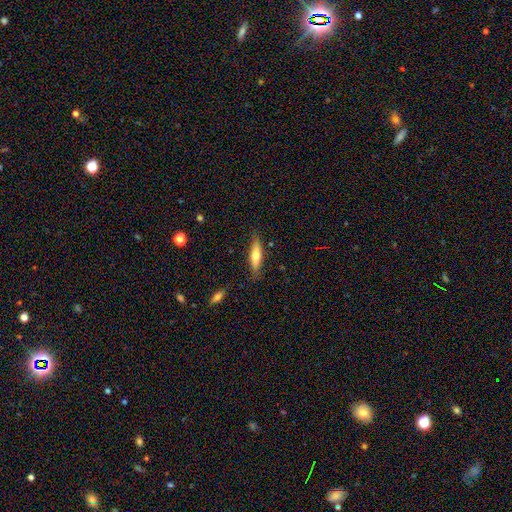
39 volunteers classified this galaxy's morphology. smooth_or_featured: smooth (p=0.59) [alt: featured or disk p=0.38]
how_rounded: cigar-shaped (p=0.74) [alt: in between p=0.26]
merging: none (p=0.71) [alt: minor disturbance p=0.13]